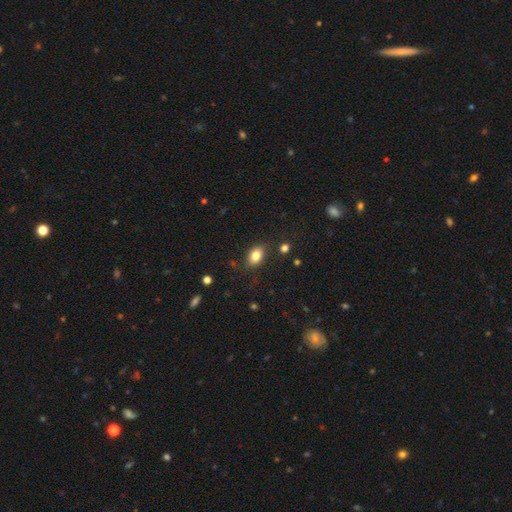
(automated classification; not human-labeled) Q: Smooth or featured?
A: smooth (82%); runner-up: star or artifact (9%)
Q: How rounded?
A: in between (82%); runner-up: round (16%)
Q: Merging?
A: none (82%); runner-up: minor disturbance (13%)